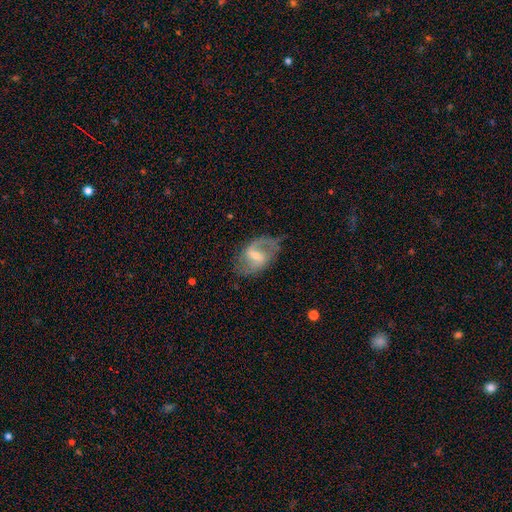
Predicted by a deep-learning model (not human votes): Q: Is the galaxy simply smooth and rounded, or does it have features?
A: featured or disk — 79%.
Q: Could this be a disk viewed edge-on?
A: no — 96%.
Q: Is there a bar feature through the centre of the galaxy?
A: weak — 56%.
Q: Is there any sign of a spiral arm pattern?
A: yes — 90%.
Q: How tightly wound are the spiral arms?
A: medium — 44%.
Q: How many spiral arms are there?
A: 2 — 80%.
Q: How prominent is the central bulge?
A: small — 49%.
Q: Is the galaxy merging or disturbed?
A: none — 65%.